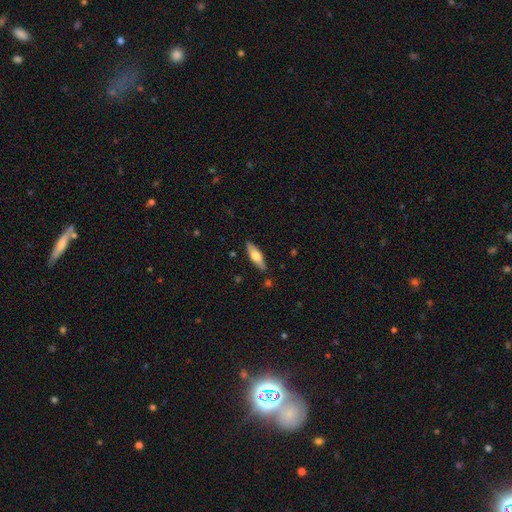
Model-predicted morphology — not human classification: Smooth or featured? smooth (53%)
How rounded? cigar-shaped (52%)
Merging? none (86%)